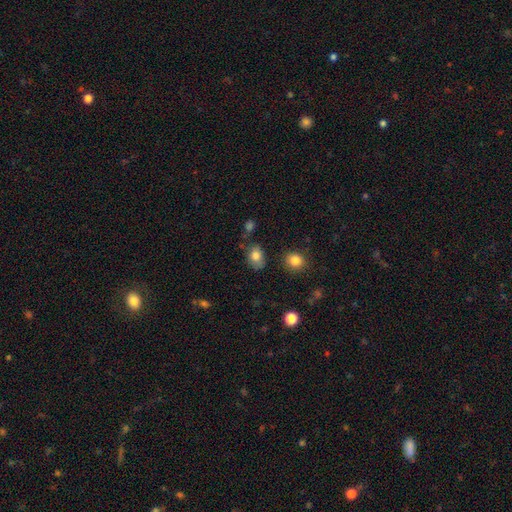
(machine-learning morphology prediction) The model was most divided on "how rounded": in between: 68%, round: 31%, cigar-shaped: 1%. More confident: smooth or featured — smooth (81%); merging — none (69%).